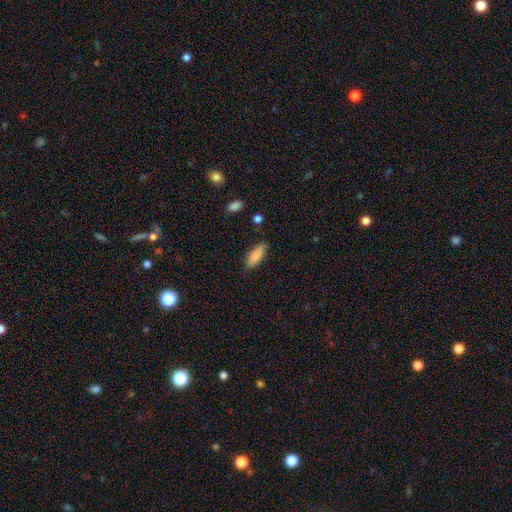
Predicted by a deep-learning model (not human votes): This appears to be a smooth galaxy with no disk features (86%) that is in between round and cigar-shaped (69%). Merging: none (82%).